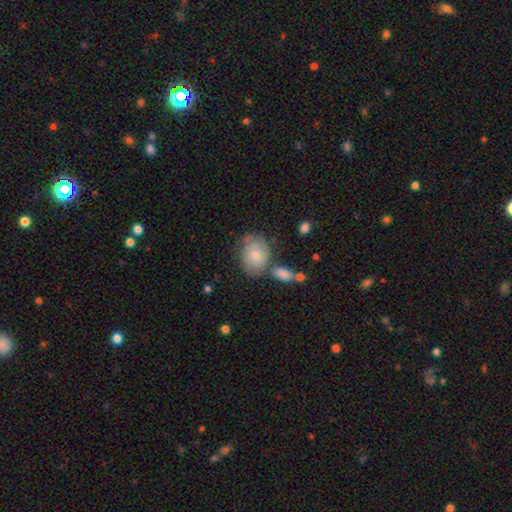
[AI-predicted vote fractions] The model was most divided on "how rounded": in between: 62%, round: 37%, cigar-shaped: 1%. More confident: smooth or featured — smooth (59%); merging — none (53%).